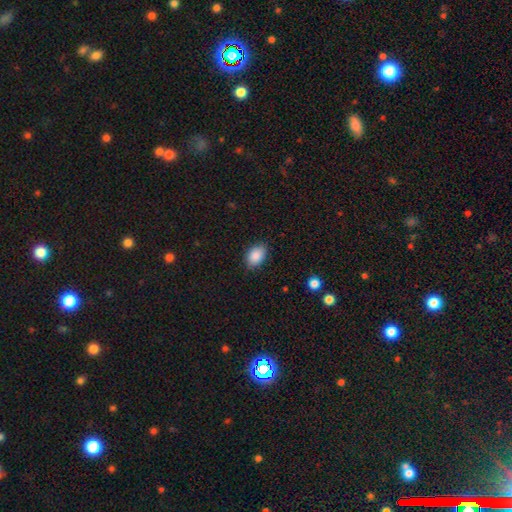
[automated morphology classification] This is clearly a smooth galaxy (88%). How rounded: clearly in between (84%). Merging: clearly none (83%).